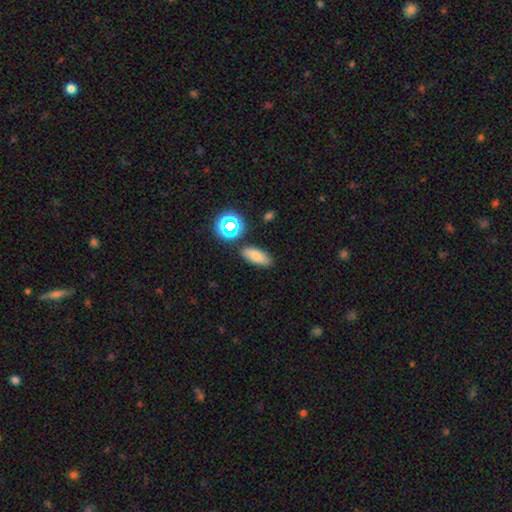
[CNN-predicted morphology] Smooth or featured? Predicted: smooth (p=0.74). How rounded? Predicted: in between (p=0.78). Merging? Predicted: none (p=0.82).